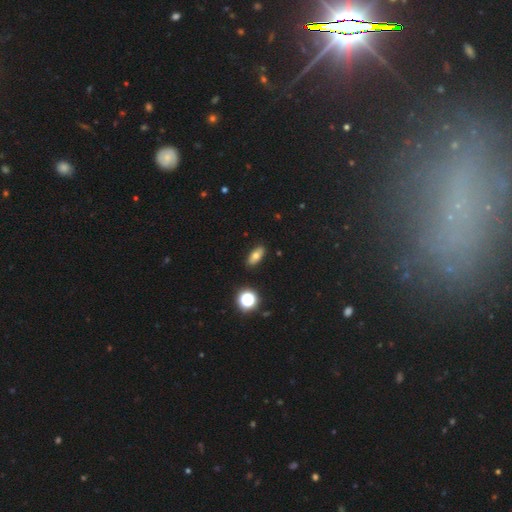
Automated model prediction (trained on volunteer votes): This appears to be a smooth galaxy with no disk features (68%) that is in between round and cigar-shaped (80%). Merging: none (88%).